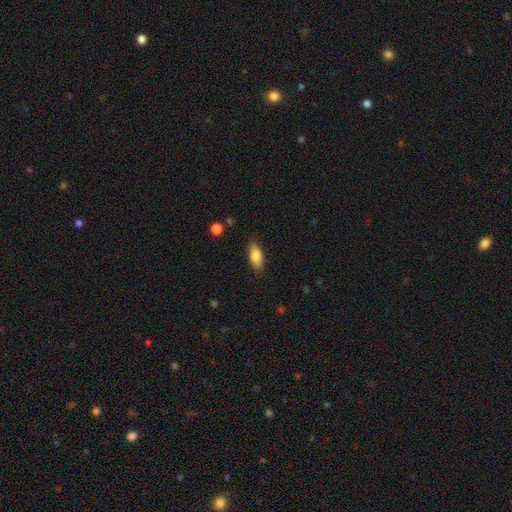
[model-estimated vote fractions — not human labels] A smooth galaxy with no disk features (83%) that is in between round and cigar-shaped (85%).

Vote fractions:
- Smooth or featured? smooth: 83% / featured or disk: 10% / star or artifact: 7%
- How rounded? in between: 85% / cigar-shaped: 13% / round: 3%
- Merging? none: 85% / minor disturbance: 11% / major disturbance: 2% / merger: 1%